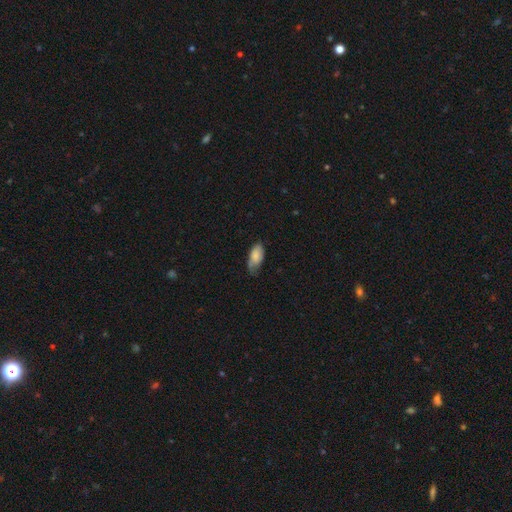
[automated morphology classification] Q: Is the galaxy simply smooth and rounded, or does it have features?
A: smooth — 80%.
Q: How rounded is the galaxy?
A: in between — 91%.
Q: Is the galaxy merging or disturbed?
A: none — 50%.